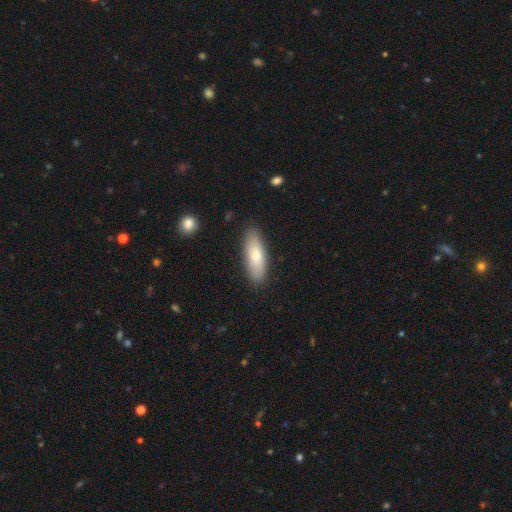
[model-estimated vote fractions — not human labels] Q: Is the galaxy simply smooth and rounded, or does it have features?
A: smooth — 74%.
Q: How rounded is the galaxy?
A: in between — 59%.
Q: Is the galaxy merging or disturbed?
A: none — 85%.